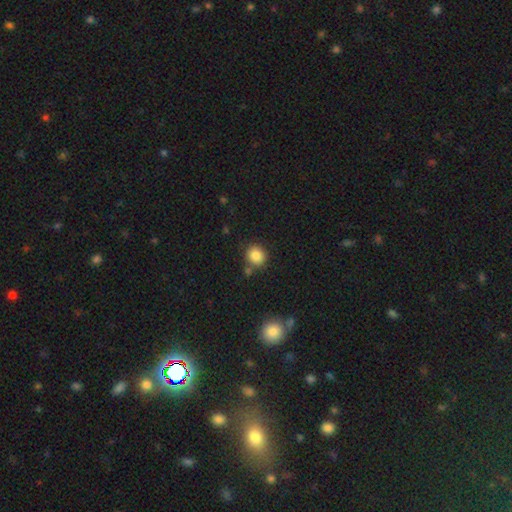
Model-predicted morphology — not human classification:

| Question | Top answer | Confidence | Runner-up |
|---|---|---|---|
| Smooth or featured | smooth | 86% | star or artifact (10%) |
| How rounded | round | 83% | in between (16%) |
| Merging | none | 77% | minor disturbance (10%) |